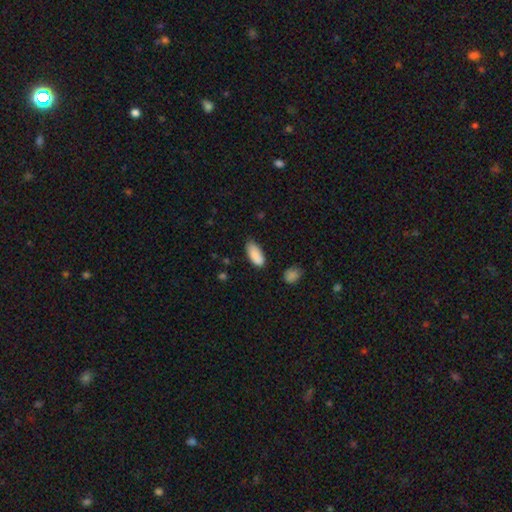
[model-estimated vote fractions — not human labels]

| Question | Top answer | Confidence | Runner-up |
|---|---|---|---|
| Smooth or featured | smooth | 88% | star or artifact (7%) |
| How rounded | in between | 87% | cigar-shaped (11%) |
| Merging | none | 67% | minor disturbance (25%) |